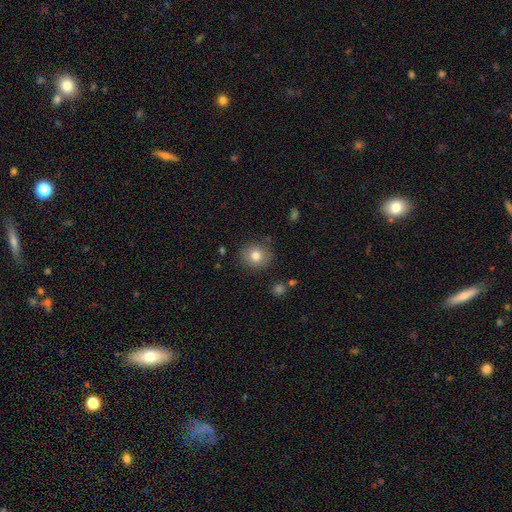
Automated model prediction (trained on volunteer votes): Smooth or featured: smooth — 81% (star or artifact — 10%)
How rounded: round — 86% (in between — 13%)
Merging: none — 86% (minor disturbance — 9%)